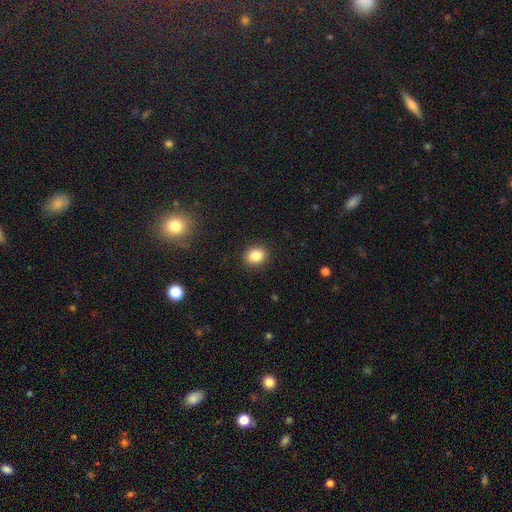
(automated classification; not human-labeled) A smooth galaxy with no disk features (86%) that is round (52%). Merging: none (90%).